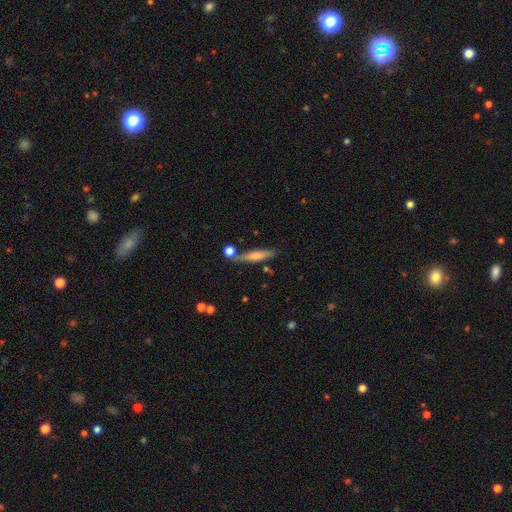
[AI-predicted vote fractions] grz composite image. It shows a smooth galaxy with no disk features (60%) that is cigar-shaped (81%). Merging: none (67%).